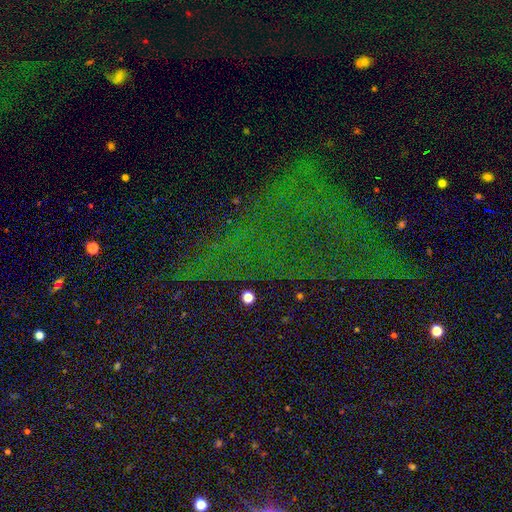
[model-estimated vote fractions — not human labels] A star or artifact, not a galaxy (73%).

Vote fractions:
- Smooth or featured? star or artifact: 73% / featured or disk: 13% / smooth: 13%